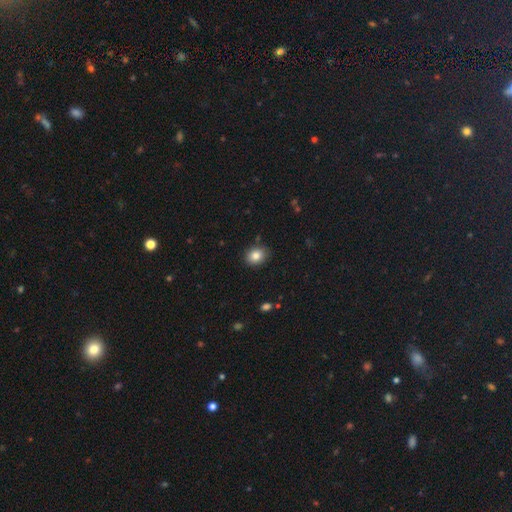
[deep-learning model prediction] Smooth or featured?
  - smooth: 83% *
  - star or artifact: 9%
  - featured or disk: 7%
How rounded?
  - round: 54% *
  - in between: 45%
  - cigar-shaped: 1%
Merging?
  - none: 87% *
  - minor disturbance: 9%
  - major disturbance: 2%
  - merger: 1%